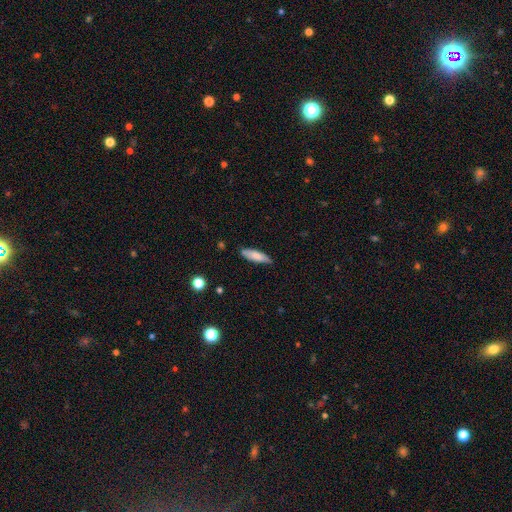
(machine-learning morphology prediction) This appears to be a smooth galaxy with no disk features (79%) that is cigar-shaped (57%). Merging: none (79%).